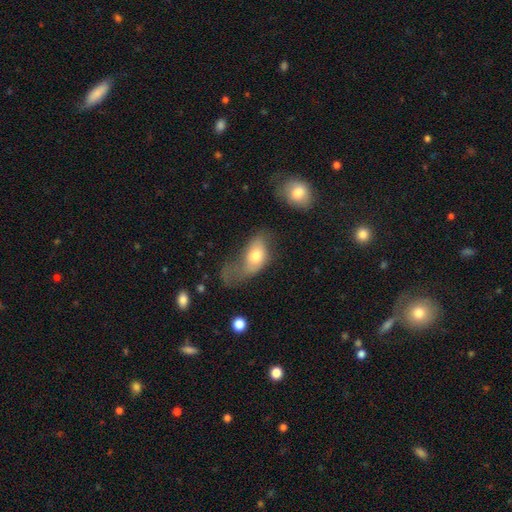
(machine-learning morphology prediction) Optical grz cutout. It shows a smooth galaxy with no disk features (67%) that is in between round and cigar-shaped (88%). Merging: major disturbance (52%).